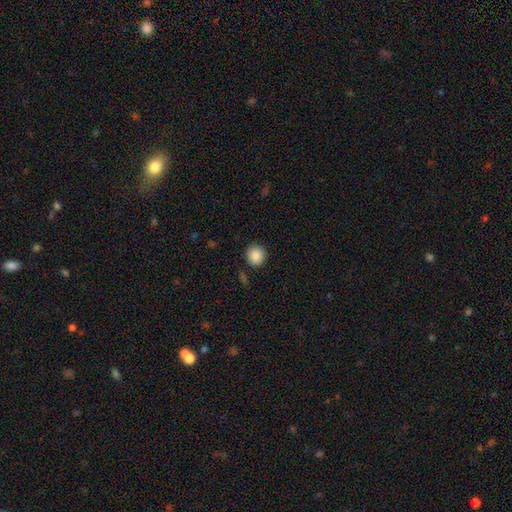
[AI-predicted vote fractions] Overall: smooth (88%). How rounded: round (91%). Merging: none (88%).